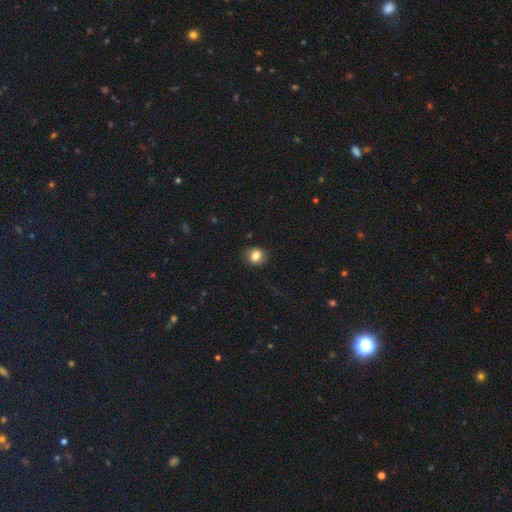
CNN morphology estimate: smooth 81%, star or artifact 10%, featured or disk 9%. Down the decision tree: how rounded — round (65%); merging — none (80%).